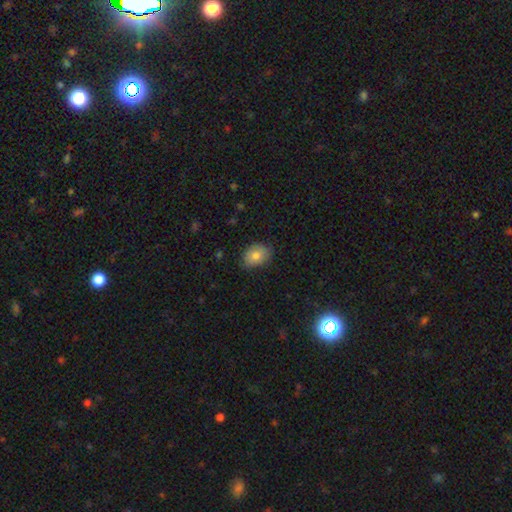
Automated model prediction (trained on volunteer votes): Q: Smooth or featured?
A: smooth (81%); runner-up: featured or disk (11%)
Q: How rounded?
A: in between (72%); runner-up: round (27%)
Q: Merging?
A: none (74%); runner-up: minor disturbance (22%)